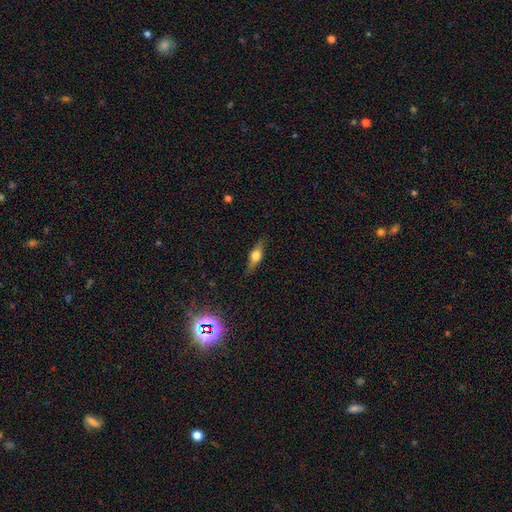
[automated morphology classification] featured or disk 47%, smooth 45%, star or artifact 8%. Down the decision tree: merging — none (83%).